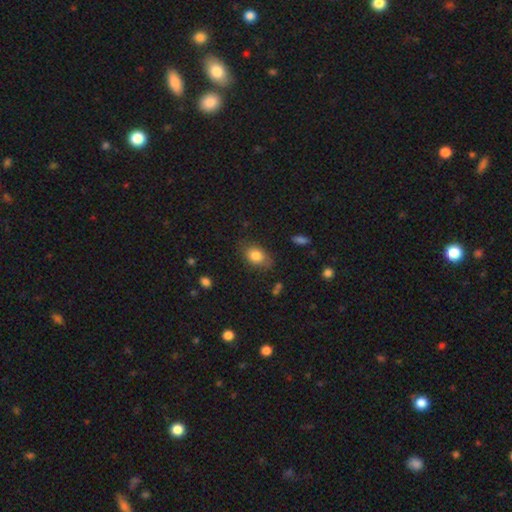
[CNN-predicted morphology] Smooth or featured? smooth (82%)
How rounded? in between (78%)
Merging? none (74%)